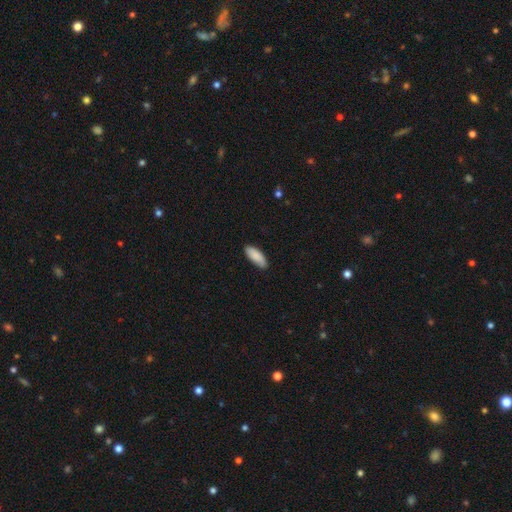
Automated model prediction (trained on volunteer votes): Smooth or featured? smooth (88%)
How rounded? in between (75%)
Merging? none (84%)